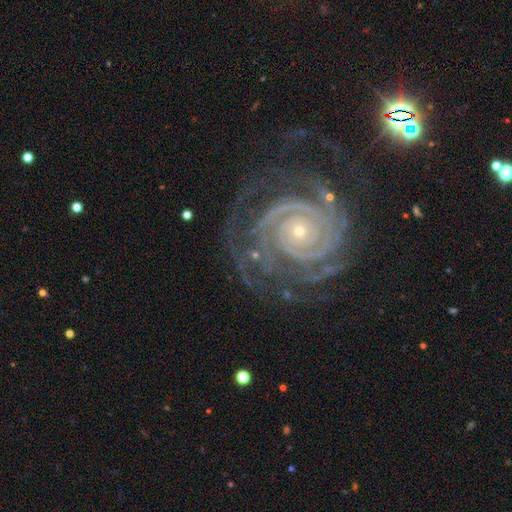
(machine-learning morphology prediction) smooth-or-featured: featured or disk: 92% | star or artifact: 6% | smooth: 3%
  disk-edge-on: no: 98% | yes: 2%
    bar: no: 78% | weak: 13% | strong: 9%
    has-spiral-arms: yes: 99% | no: 1%
      spiral-winding: tight: 86% | medium: 12% | loose: 2%
      spiral-arm-count: 2: 37% | 3: 19% | 4: 14% | can't tell: 12% | more than 4: 11% | 1: 7%
    bulge-size: small: 79% | moderate: 18% | large: 1% | none: 1% | dominant: 1%
  merging: none: 70% | minor disturbance: 17% | major disturbance: 11% | merger: 2%